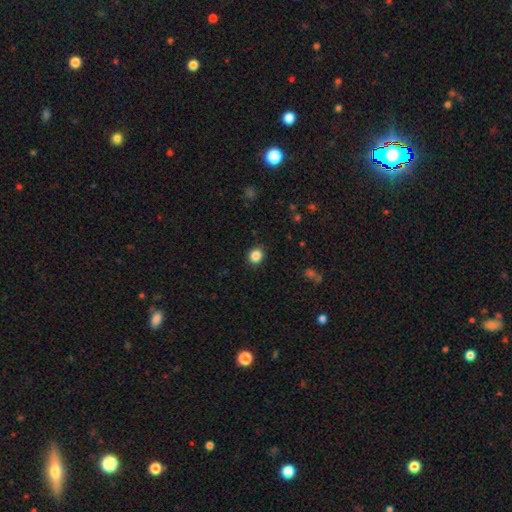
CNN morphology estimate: A smooth galaxy with no disk features (86%) that is round (72%). Merging: none (89%).